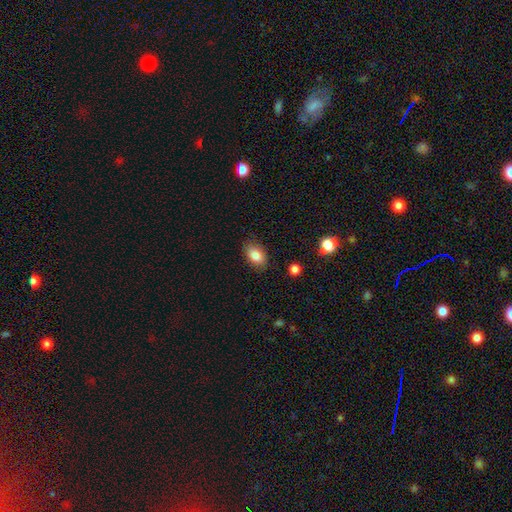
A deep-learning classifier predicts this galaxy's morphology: Q: Smooth or featured?
A: smooth (84%); runner-up: star or artifact (8%)
Q: How rounded?
A: in between (87%); runner-up: round (11%)
Q: Merging?
A: none (84%); runner-up: minor disturbance (11%)